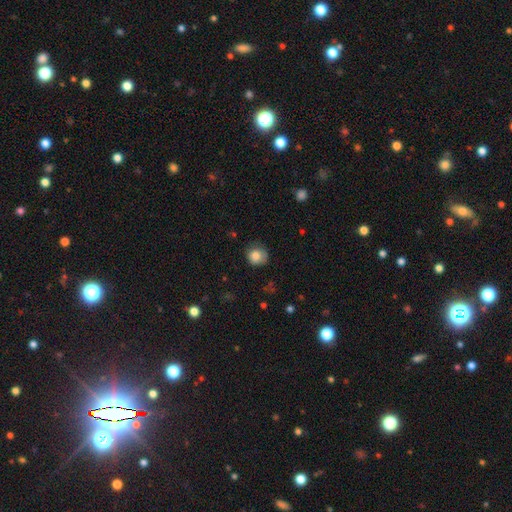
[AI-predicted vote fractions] A smooth galaxy with no disk features (82%) that is round (86%).

Vote fractions:
- Smooth or featured? smooth: 82% / star or artifact: 9% / featured or disk: 9%
- How rounded? round: 86% / in between: 13% / cigar-shaped: 1%
- Merging? none: 70% / minor disturbance: 23% / major disturbance: 6% / merger: 1%